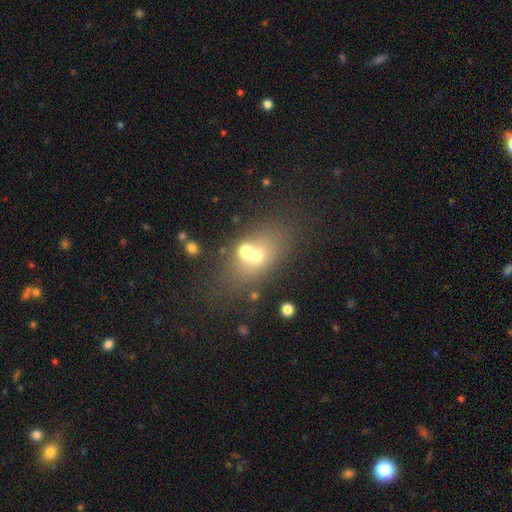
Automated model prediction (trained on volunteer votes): Smooth or featured: smooth — 55% (featured or disk — 25%)
How rounded: in between — 65% (round — 31%)
Merging: none — 50% (merger — 32%)